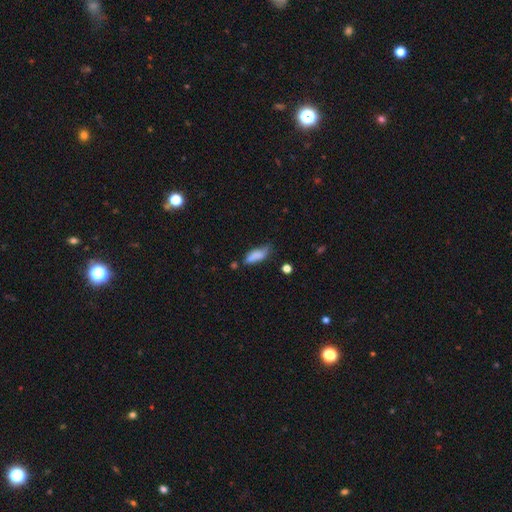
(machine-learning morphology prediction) Smooth or featured? Predicted: smooth (p=0.82). How rounded? Predicted: in between (p=0.63). Merging? Predicted: none (p=0.53).